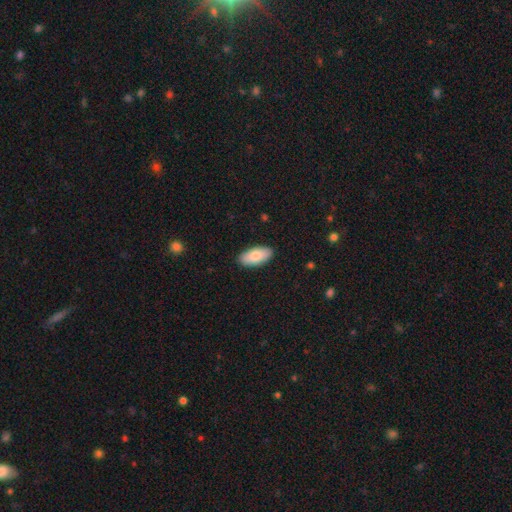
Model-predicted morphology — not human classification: Smooth or featured? Predicted: smooth (p=0.84). How rounded? Predicted: in between (p=0.92). Merging? Predicted: none (p=0.89).